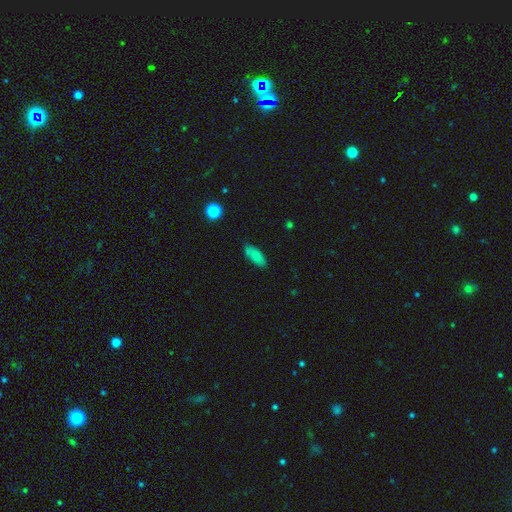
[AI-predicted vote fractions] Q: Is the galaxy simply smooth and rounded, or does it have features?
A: smooth — 77%.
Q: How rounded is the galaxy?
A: in between — 80%.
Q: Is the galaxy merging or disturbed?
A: none — 80%.